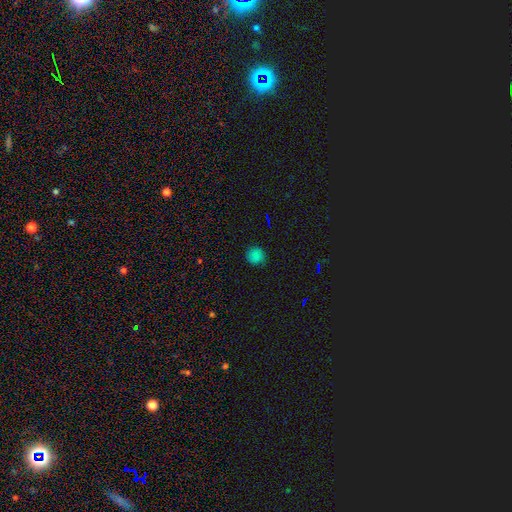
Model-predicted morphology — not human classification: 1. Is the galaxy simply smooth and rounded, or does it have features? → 77% smooth, 16% star or artifact, 6% featured or disk.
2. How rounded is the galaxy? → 91% round, 8% in between, 1% cigar-shaped.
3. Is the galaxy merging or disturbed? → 86% none, 11% minor disturbance, 3% major disturbance, 1% merger.